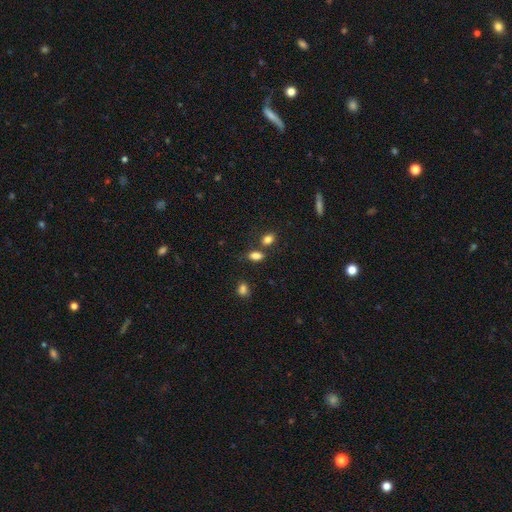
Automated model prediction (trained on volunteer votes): Smooth or featured?
  - smooth: 83% *
  - star or artifact: 11%
  - featured or disk: 6%
How rounded?
  - in between: 85% *
  - round: 11%
  - cigar-shaped: 5%
Merging?
  - none: 64% *
  - merger: 19%
  - minor disturbance: 13%
  - major disturbance: 4%